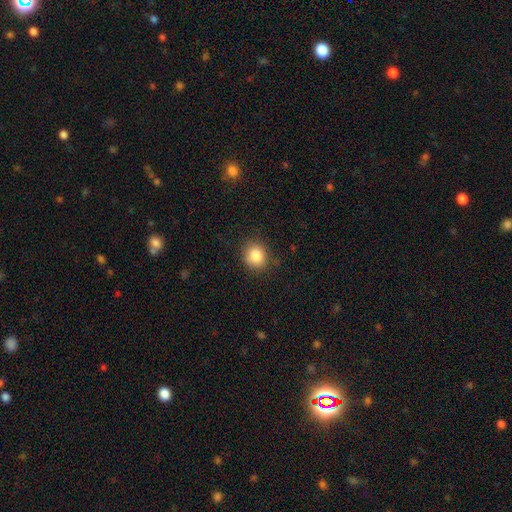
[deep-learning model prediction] Morphology: type=smooth (85%); roundness=round (83%); merging=none (85%).